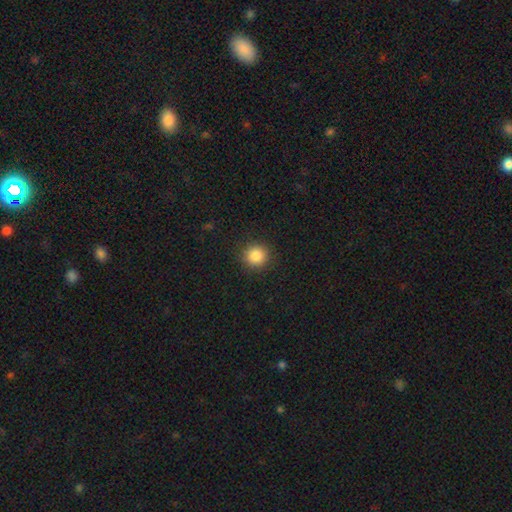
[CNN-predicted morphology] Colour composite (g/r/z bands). It shows a smooth galaxy with no disk features (86%) that is round (93%). Merging: none (91%).